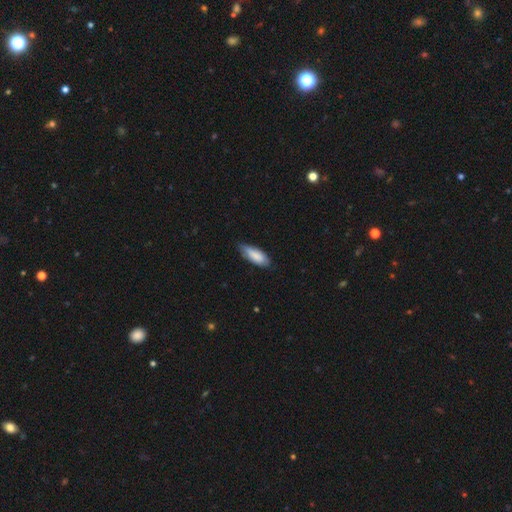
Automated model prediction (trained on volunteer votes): A smooth galaxy with no disk features (83%) that is in between round and cigar-shaped (70%).

Vote fractions:
- Smooth or featured? smooth: 83% / featured or disk: 11% / star or artifact: 6%
- How rounded? in between: 70% / cigar-shaped: 28% / round: 2%
- Merging? none: 68% / minor disturbance: 27% / major disturbance: 4% / merger: 1%